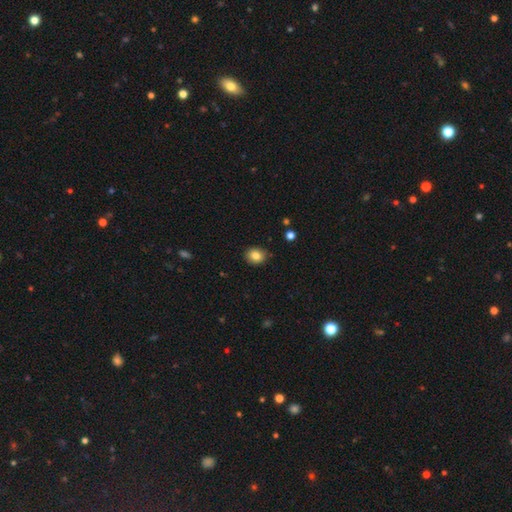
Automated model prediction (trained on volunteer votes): Morphology: type=smooth (83%); roundness=round (61%); merging=none (85%).